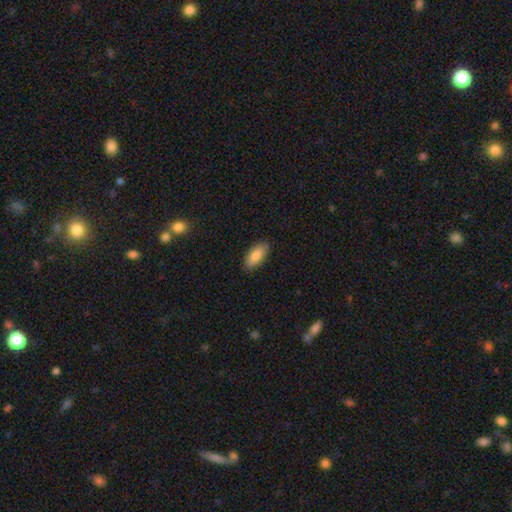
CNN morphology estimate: Smooth or featured?
  - smooth: 85% *
  - featured or disk: 9%
  - star or artifact: 6%
How rounded?
  - in between: 86% *
  - cigar-shaped: 12%
  - round: 2%
Merging?
  - none: 87% *
  - minor disturbance: 10%
  - major disturbance: 2%
  - merger: 1%